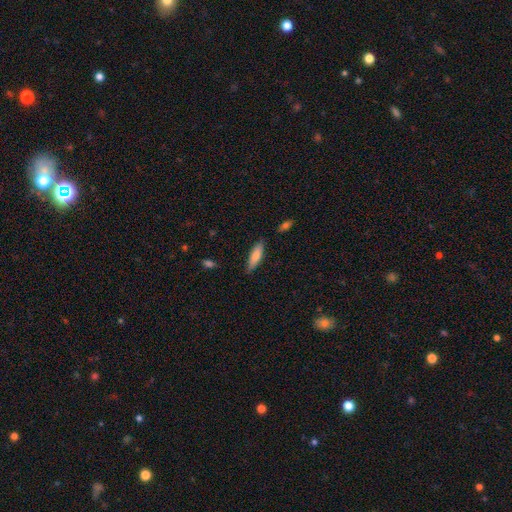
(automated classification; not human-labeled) Morphology: type=smooth (79%); roundness=cigar-shaped (64%); merging=none (84%).